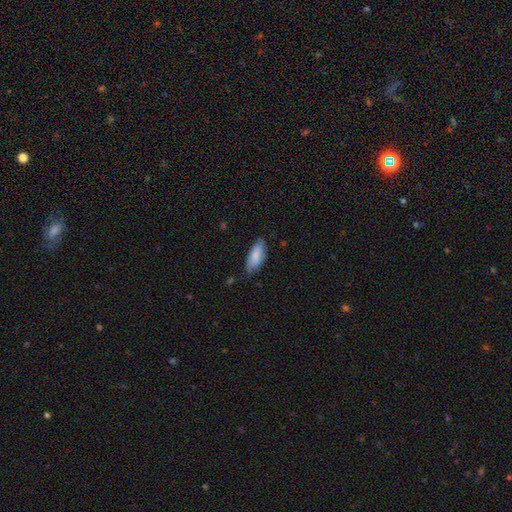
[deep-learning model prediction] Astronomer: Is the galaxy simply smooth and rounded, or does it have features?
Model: smooth — 80%.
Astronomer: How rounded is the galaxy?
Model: in between — 81%.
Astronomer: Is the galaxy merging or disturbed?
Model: none — 70%.